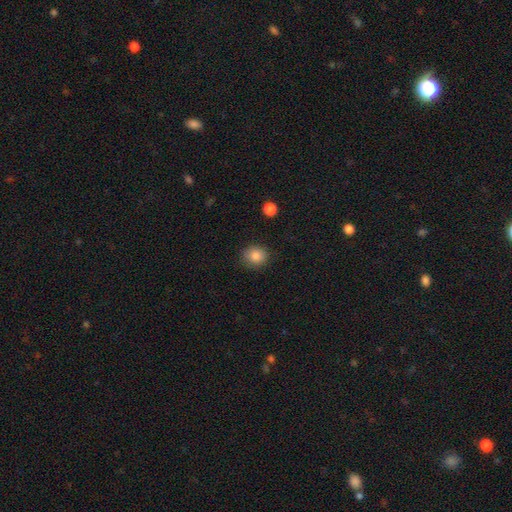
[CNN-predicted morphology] Smooth or featured?
  - smooth: 85% *
  - star or artifact: 10%
  - featured or disk: 5%
How rounded?
  - round: 80% *
  - in between: 19%
  - cigar-shaped: 1%
Merging?
  - none: 87% *
  - minor disturbance: 10%
  - major disturbance: 2%
  - merger: 1%